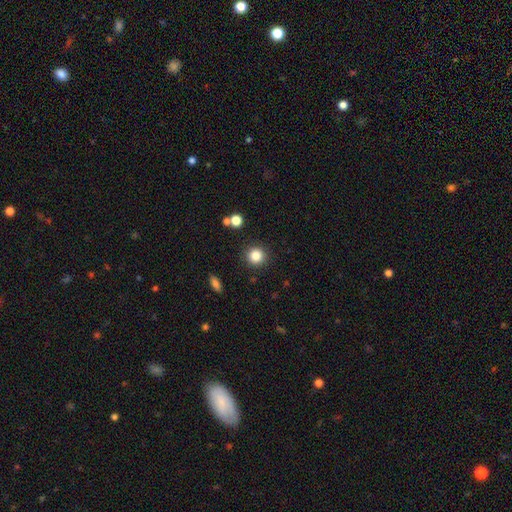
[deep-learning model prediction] This appears to be a smooth galaxy with no disk features (84%) that is round (93%). Merging: none (90%).